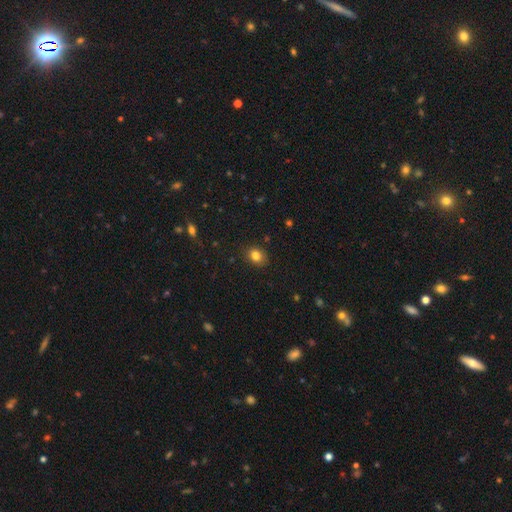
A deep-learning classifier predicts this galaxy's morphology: The model was most divided on "how rounded": round: 50%, in between: 49%, cigar-shaped: 1%. More confident: merging — none (85%); smooth or featured — smooth (82%).